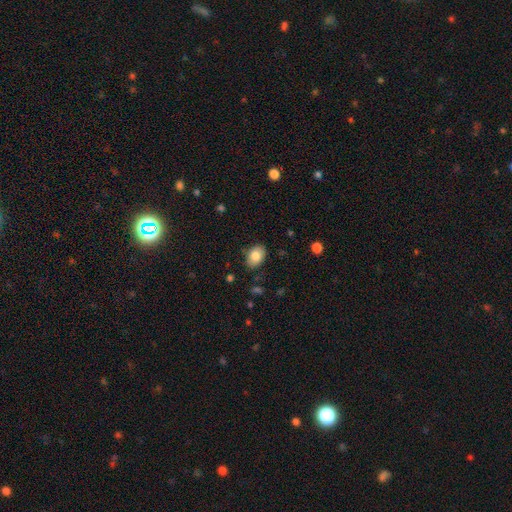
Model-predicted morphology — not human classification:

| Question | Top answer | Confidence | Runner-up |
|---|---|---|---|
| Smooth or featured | smooth | 83% | featured or disk (9%) |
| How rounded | in between | 75% | round (24%) |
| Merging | none | 83% | minor disturbance (13%) |